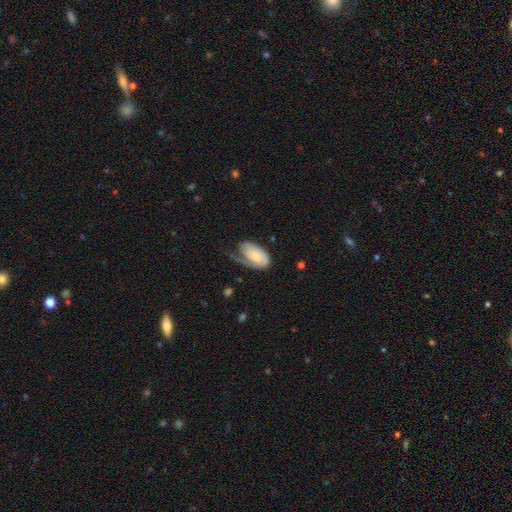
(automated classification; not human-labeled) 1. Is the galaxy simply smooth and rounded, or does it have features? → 54% smooth, 40% featured or disk, 6% star or artifact.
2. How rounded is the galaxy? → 93% in between, 5% round, 2% cigar-shaped.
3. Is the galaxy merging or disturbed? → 37% major disturbance, 31% none, 30% minor disturbance, 2% merger.